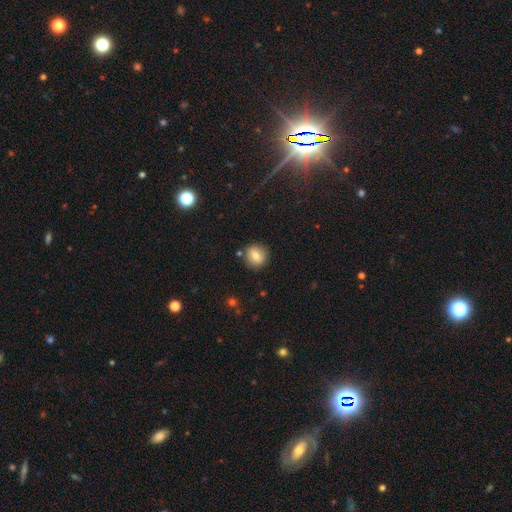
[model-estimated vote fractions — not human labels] This is likely a smooth galaxy (77%). How rounded: clearly round (89%). Merging: clearly none (86%).